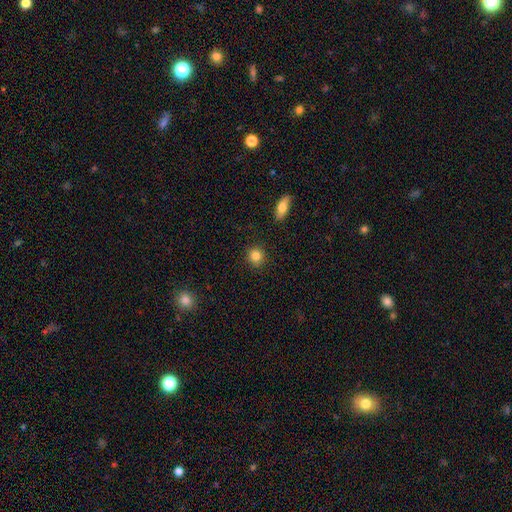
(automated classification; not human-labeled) A smooth galaxy with no disk features (85%) that is round (89%). Merging: none (91%).